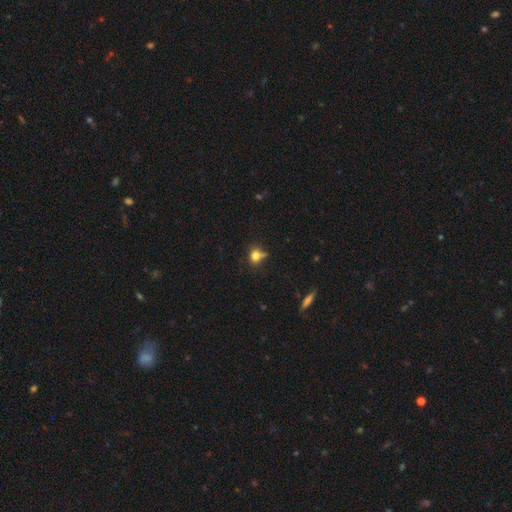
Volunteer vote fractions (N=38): smooth-or-featured: smooth: 84% | featured or disk: 8% | star or artifact: 8%
  how-rounded: round: 53% | in between: 47% | cigar-shaped: 0%
  merging: none: 57% | minor disturbance: 29% | merger: 11% | major disturbance: 3%